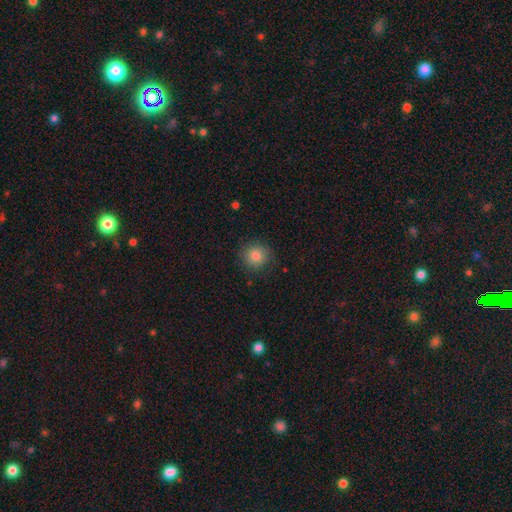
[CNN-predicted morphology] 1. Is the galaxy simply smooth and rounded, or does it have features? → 83% smooth, 10% star or artifact, 6% featured or disk.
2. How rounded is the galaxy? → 92% round, 7% in between, 1% cigar-shaped.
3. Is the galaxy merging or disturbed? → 85% none, 11% minor disturbance, 3% major disturbance, 1% merger.